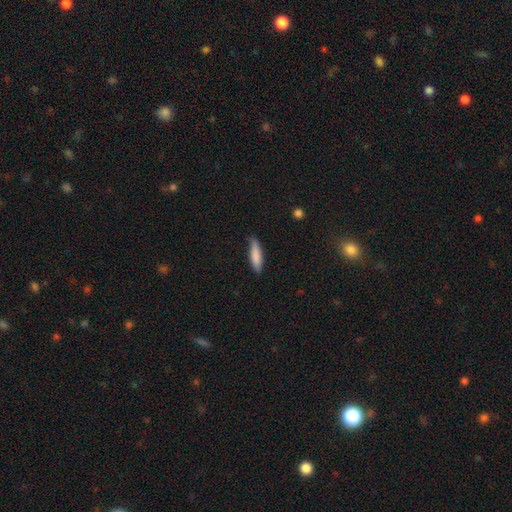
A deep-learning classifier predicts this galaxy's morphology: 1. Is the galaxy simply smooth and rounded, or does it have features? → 85% smooth, 9% featured or disk, 6% star or artifact.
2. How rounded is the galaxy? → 69% cigar-shaped, 30% in between, 1% round.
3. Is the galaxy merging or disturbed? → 75% none, 21% minor disturbance, 3% major disturbance, 1% merger.